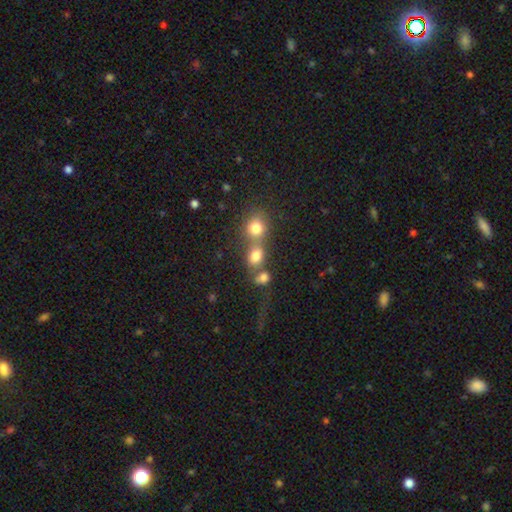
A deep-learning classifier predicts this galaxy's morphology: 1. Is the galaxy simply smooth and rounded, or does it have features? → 75% smooth, 14% star or artifact, 11% featured or disk.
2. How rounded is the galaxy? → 65% round, 33% in between, 2% cigar-shaped.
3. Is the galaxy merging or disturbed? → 56% merger, 31% none, 7% minor disturbance, 6% major disturbance.